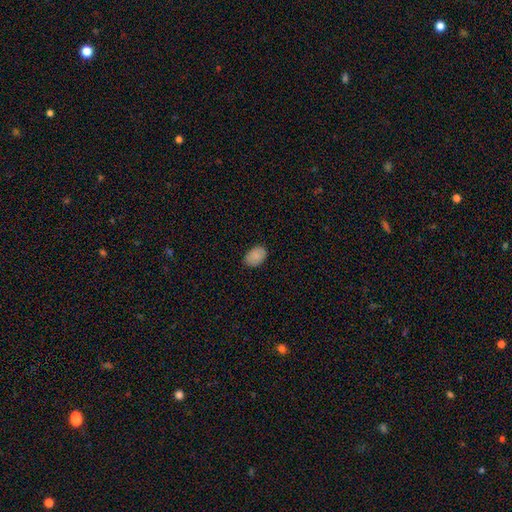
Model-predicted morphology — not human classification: This appears to be a smooth galaxy with no disk features (87%) that is in between round and cigar-shaped (84%). Merging: none (86%).